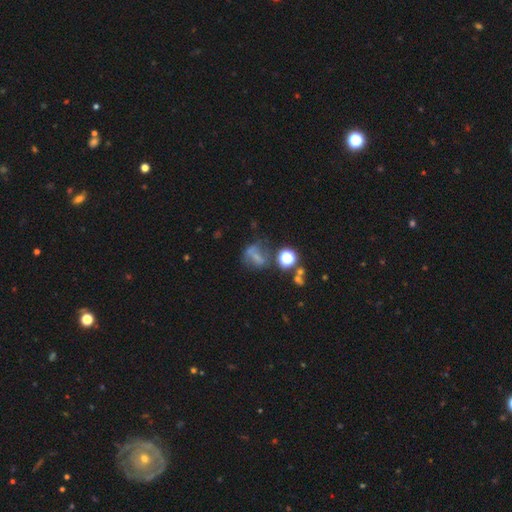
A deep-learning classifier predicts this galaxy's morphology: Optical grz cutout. It shows a smooth galaxy with no disk features (39%). Merging: none (42%).